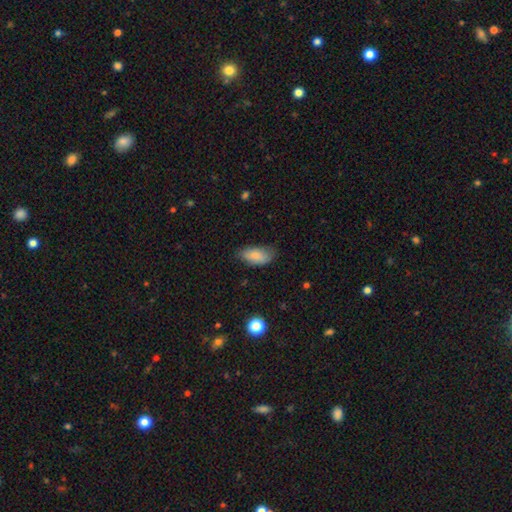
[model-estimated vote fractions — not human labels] Morphology: type=smooth (83%); roundness=in between (92%); merging=none (67%).